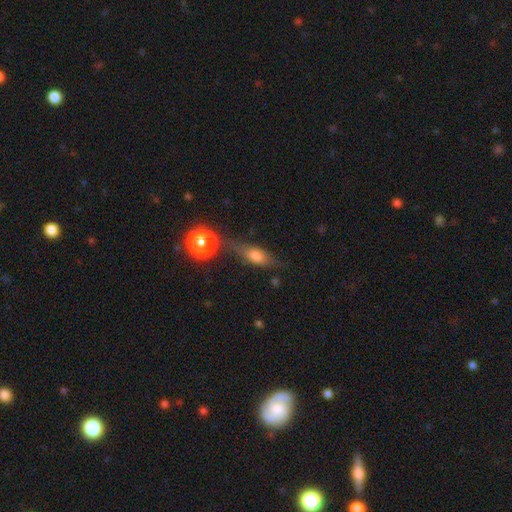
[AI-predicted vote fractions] Overall: smooth (53%; featured or disk 34%). How rounded: in between (54%; cigar-shaped 32%). Merging: none (61%).